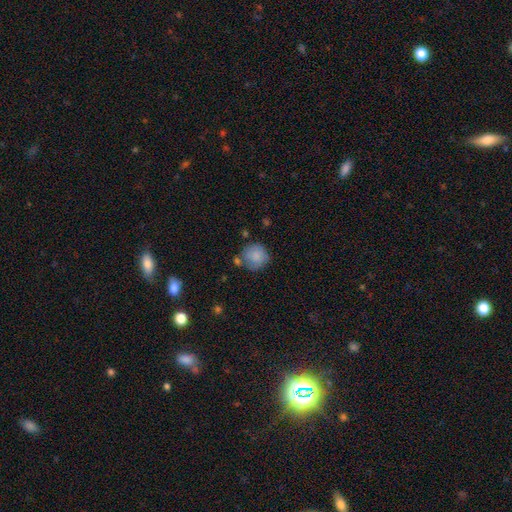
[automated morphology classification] A smooth galaxy with no disk features (84%) that is round (89%). Merging: none (64%).